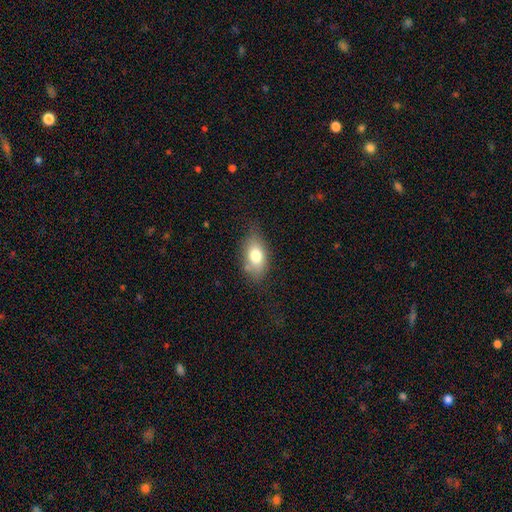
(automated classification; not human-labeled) Smooth or featured?
  - smooth: 75% *
  - featured or disk: 17%
  - star or artifact: 8%
How rounded?
  - in between: 87% *
  - round: 9%
  - cigar-shaped: 4%
Merging?
  - none: 68% *
  - minor disturbance: 23%
  - major disturbance: 6%
  - merger: 3%